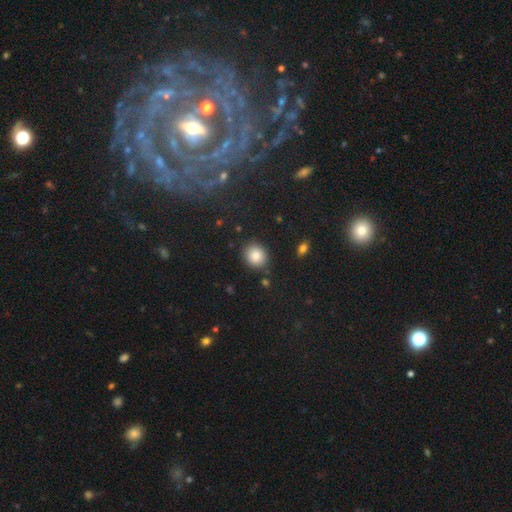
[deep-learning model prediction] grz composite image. It shows a smooth galaxy with no disk features (85%) that is round (73%). Merging: none (86%).